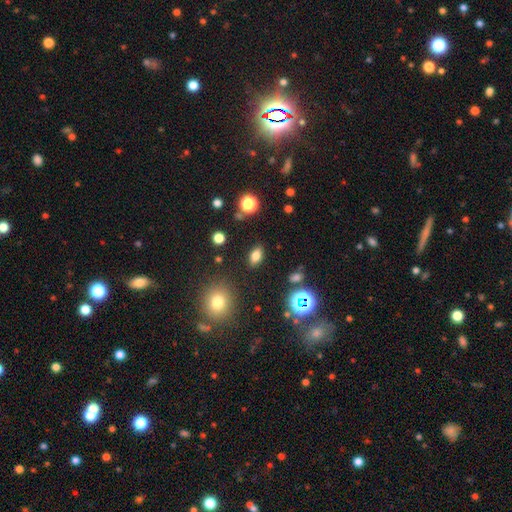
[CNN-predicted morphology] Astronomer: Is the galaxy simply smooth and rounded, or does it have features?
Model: smooth — 76%.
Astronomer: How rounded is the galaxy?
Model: in between — 85%.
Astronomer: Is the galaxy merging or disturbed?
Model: none — 85%.